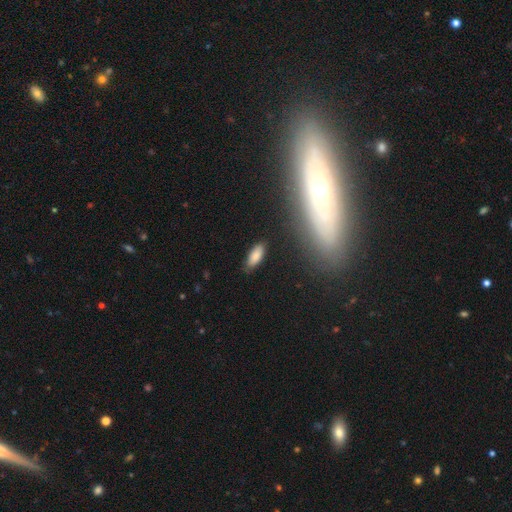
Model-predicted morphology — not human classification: The model was most divided on "how rounded": in between: 78%, cigar-shaped: 20%, round: 2%. More confident: smooth or featured — smooth (84%); merging — none (83%).